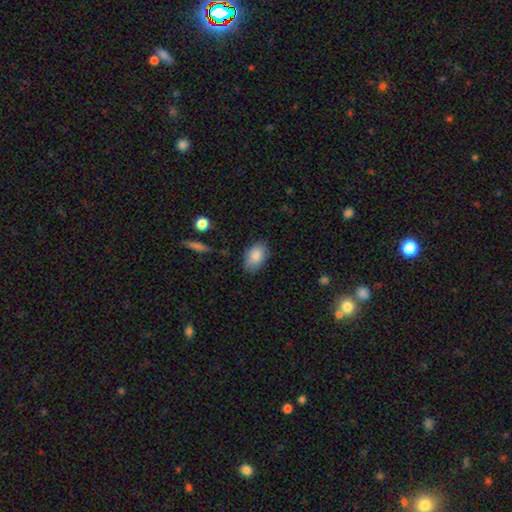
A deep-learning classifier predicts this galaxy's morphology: Overall: smooth (86%). How rounded: in between (89%). Merging: none (80%).